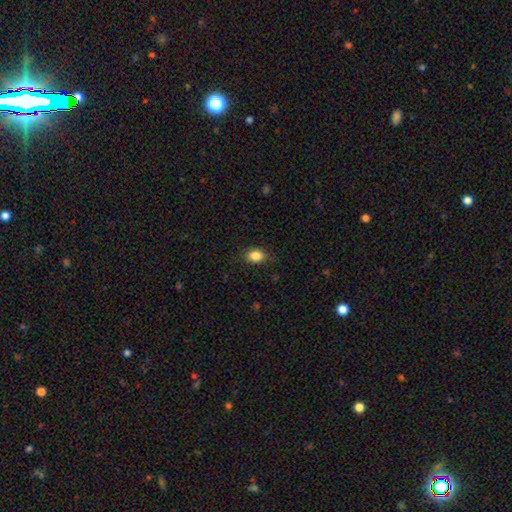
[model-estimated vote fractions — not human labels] The model was most divided on "how rounded": in between: 74%, round: 24%, cigar-shaped: 1%. More confident: smooth or featured — smooth (86%); merging — none (83%).